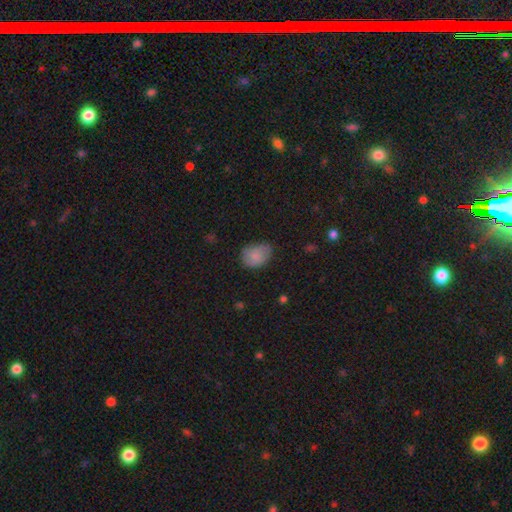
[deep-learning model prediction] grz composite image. It shows a smooth galaxy with no disk features (82%) that is in between round and cigar-shaped (73%). Merging: none (58%).